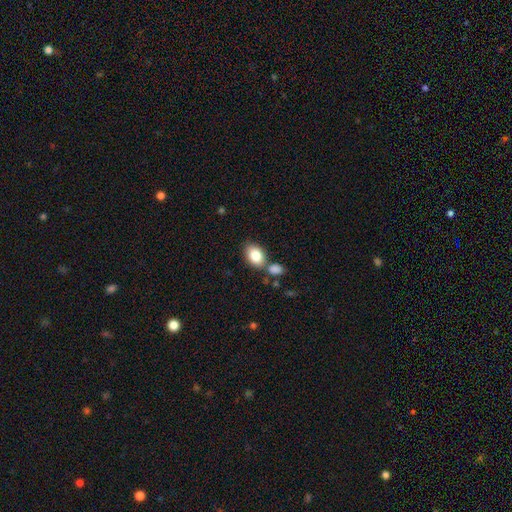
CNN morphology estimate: Smooth or featured?
  - smooth: 85% *
  - featured or disk: 8%
  - star or artifact: 7%
How rounded?
  - in between: 84% *
  - round: 15%
  - cigar-shaped: 1%
Merging?
  - none: 60% *
  - merger: 23%
  - minor disturbance: 13%
  - major disturbance: 4%